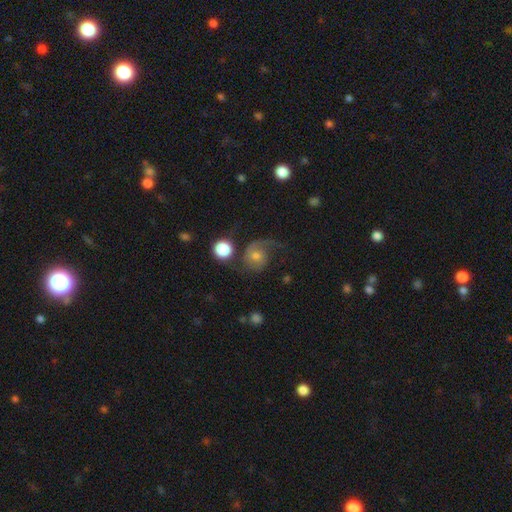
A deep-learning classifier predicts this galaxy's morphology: A featured or disk galaxy (63%) with no bar (75%), 2 (46%, tied with 1) loose (51%) spiral arms (91%) and a moderate central bulge (56%). Merging: none (41%).